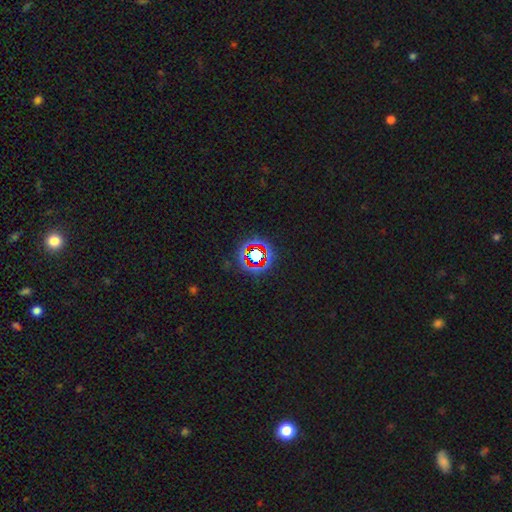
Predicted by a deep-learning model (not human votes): A star or artifact, not a galaxy (71%).